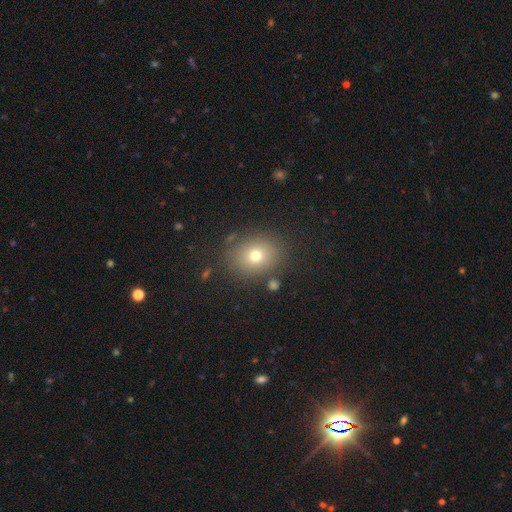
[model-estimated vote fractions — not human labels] smooth-or-featured: smooth: 71% | star or artifact: 16% | featured or disk: 13%
  how-rounded: round: 64% | in between: 35% | cigar-shaped: 1%
  merging: none: 82% | minor disturbance: 10% | major disturbance: 4% | merger: 3%